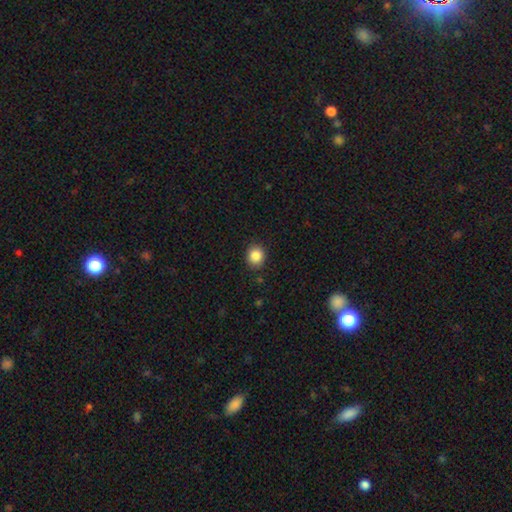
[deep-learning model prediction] Smooth or featured: smooth — 86% (star or artifact — 10%)
How rounded: round — 76% (in between — 24%)
Merging: none — 89% (minor disturbance — 8%)